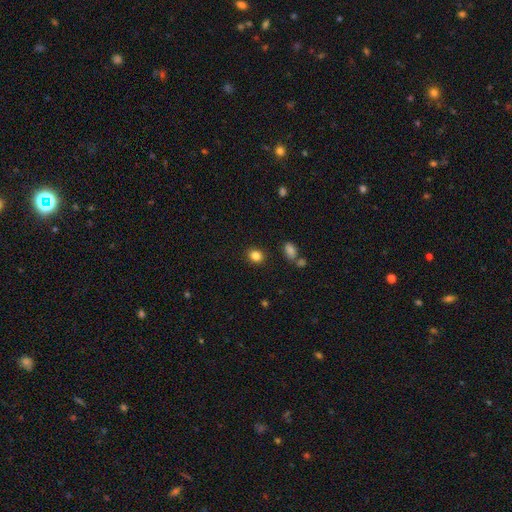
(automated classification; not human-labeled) Smooth or featured?
  - smooth: 85% *
  - star or artifact: 11%
  - featured or disk: 5%
How rounded?
  - round: 61% *
  - in between: 38%
  - cigar-shaped: 1%
Merging?
  - none: 88% *
  - minor disturbance: 8%
  - major disturbance: 2%
  - merger: 2%